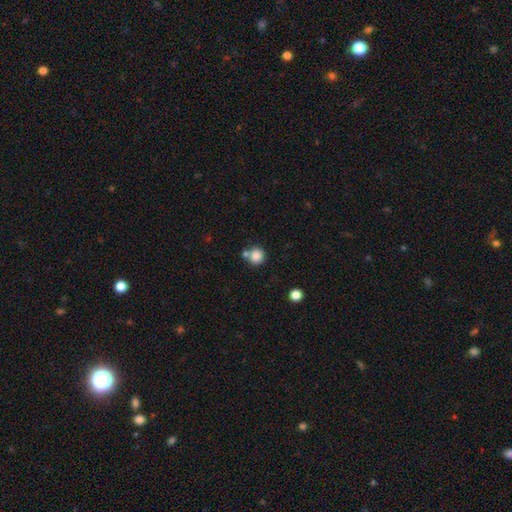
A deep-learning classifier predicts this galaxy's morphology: This is clearly a smooth galaxy (84%). How rounded: clearly round (90%). Merging: likely none (64%).